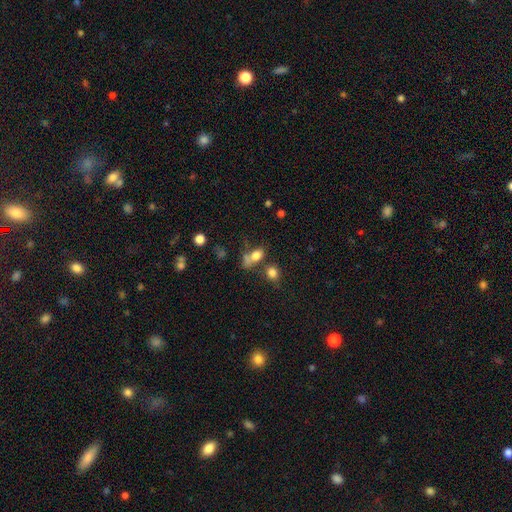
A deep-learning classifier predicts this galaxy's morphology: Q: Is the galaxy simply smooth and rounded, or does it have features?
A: smooth — 76%.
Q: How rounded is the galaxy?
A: in between — 71%.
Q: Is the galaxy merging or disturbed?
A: none — 39%.